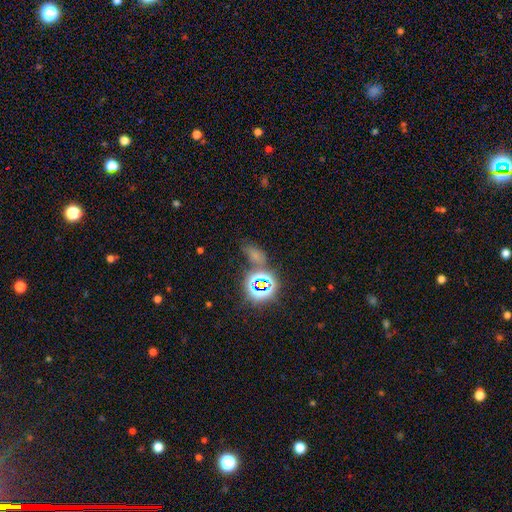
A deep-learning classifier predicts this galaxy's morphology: smooth_or_featured: star or artifact (p=0.46) [alt: smooth p=0.43]